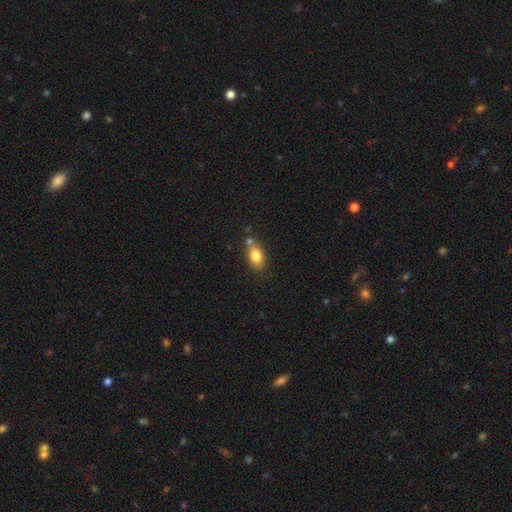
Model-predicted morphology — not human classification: Smooth or featured: smooth — 81% (featured or disk — 10%)
How rounded: in between — 82% (round — 16%)
Merging: none — 64% (merger — 17%)